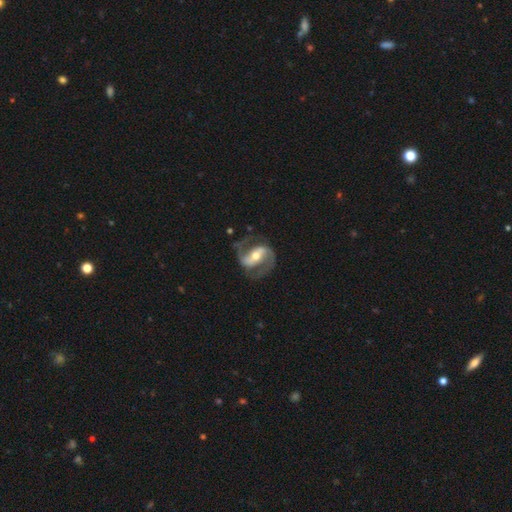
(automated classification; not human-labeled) Smooth or featured? Predicted: featured or disk (p=0.90). Edge-on disk? Predicted: no (p=0.97). Bar? Predicted: strong (p=0.52). Spiral arms? Predicted: yes (p=0.96). Spiral winding? Predicted: medium (p=0.56). Spiral arm count? Predicted: 2 (p=0.93). Bulge size? Predicted: moderate (p=0.65). Merging? Predicted: none (p=0.75).